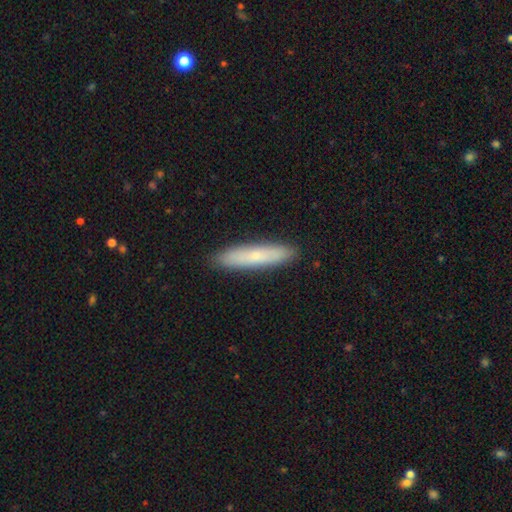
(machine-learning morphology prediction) smooth-or-featured: smooth: 65% | featured or disk: 29% | star or artifact: 6%
  how-rounded: cigar-shaped: 87% | in between: 11% | round: 1%
  merging: none: 91% | minor disturbance: 7% | major disturbance: 1% | merger: 1%